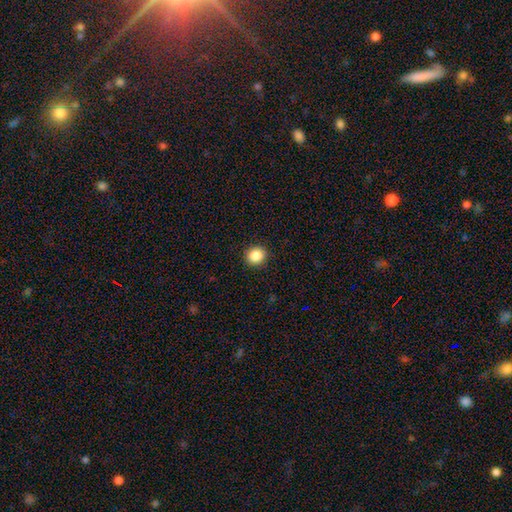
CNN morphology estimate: A smooth galaxy with no disk features (87%) that is round (85%).

Vote fractions:
- Smooth or featured? smooth: 87% / star or artifact: 10% / featured or disk: 3%
- How rounded? round: 85% / in between: 15% / cigar-shaped: 1%
- Merging? none: 92% / minor disturbance: 5% / major disturbance: 2% / merger: 1%